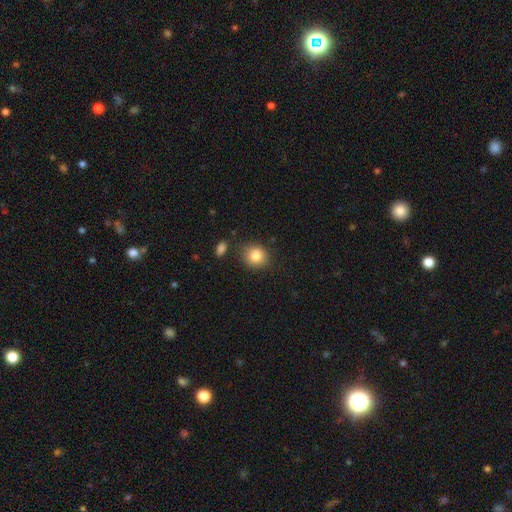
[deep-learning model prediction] Overall: smooth (83%). How rounded: round (75%). Merging: none (80%).